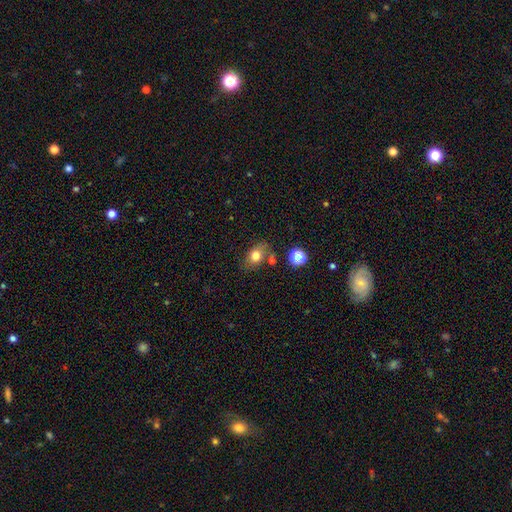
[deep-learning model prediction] A smooth galaxy with no disk features (75%) that is in between round and cigar-shaped (71%).

Vote fractions:
- Smooth or featured? smooth: 75% / featured or disk: 14% / star or artifact: 11%
- How rounded? in between: 71% / round: 28% / cigar-shaped: 2%
- Merging? none: 69% / minor disturbance: 17% / merger: 10% / major disturbance: 5%